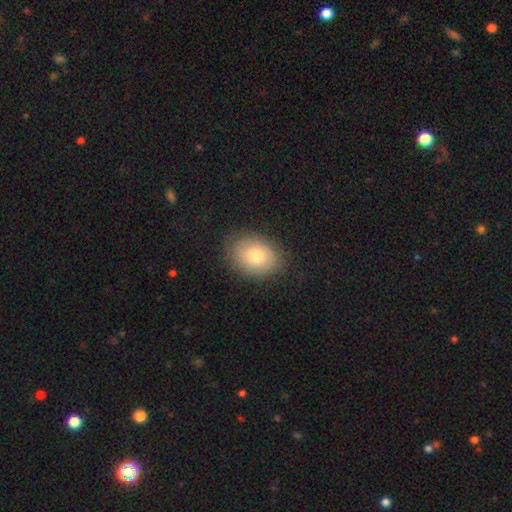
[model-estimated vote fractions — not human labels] smooth 78%, featured or disk 13%, star or artifact 9%. Down the decision tree: how rounded — in between (58%); merging — none (85%).